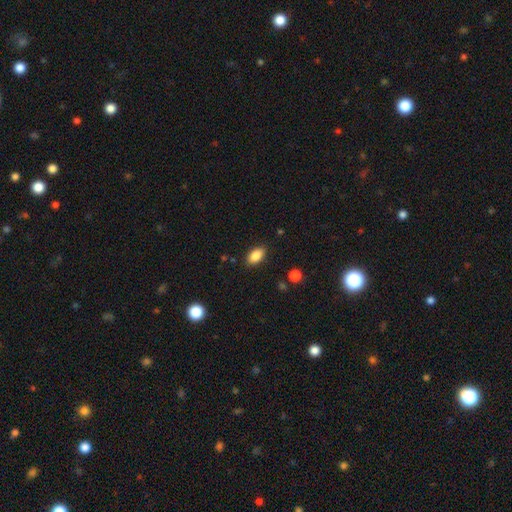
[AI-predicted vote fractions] A smooth galaxy with no disk features (87%) that is in between round and cigar-shaped (91%). Merging: none (87%).